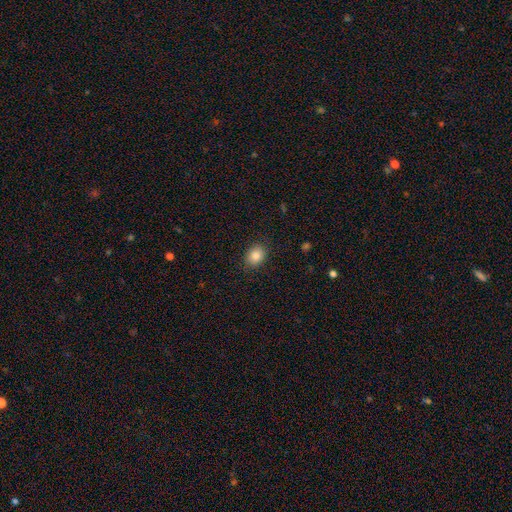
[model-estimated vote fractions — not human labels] Overall: smooth (85%). How rounded: in between (57%; round 42%). Merging: none (87%).